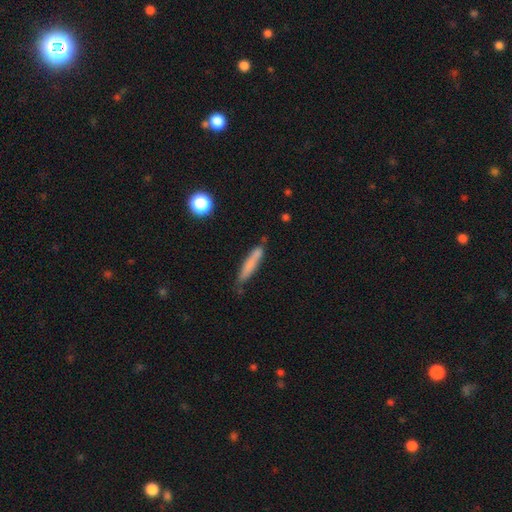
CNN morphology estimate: Smooth or featured: smooth — 71% (featured or disk — 20%)
How rounded: cigar-shaped — 90% (in between — 8%)
Merging: none — 68% (minor disturbance — 22%)